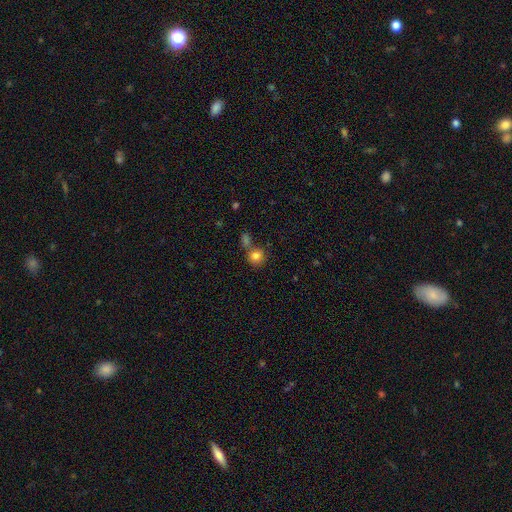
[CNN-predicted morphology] type=smooth (82%); roundness=round (84%); merging=none (57%).